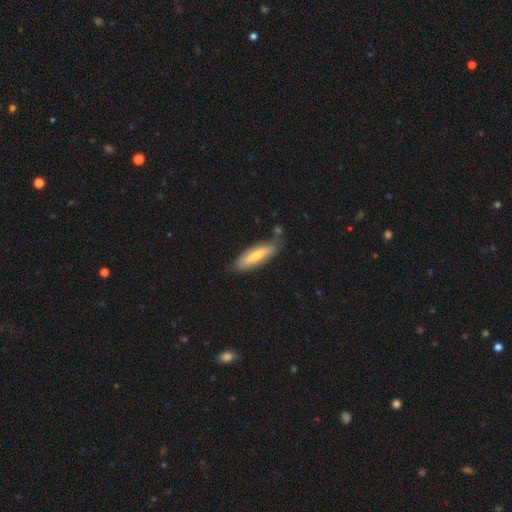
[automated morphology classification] This is likely a smooth galaxy (64%). How rounded: possibly cigar-shaped (55%). Merging: likely none (74%).